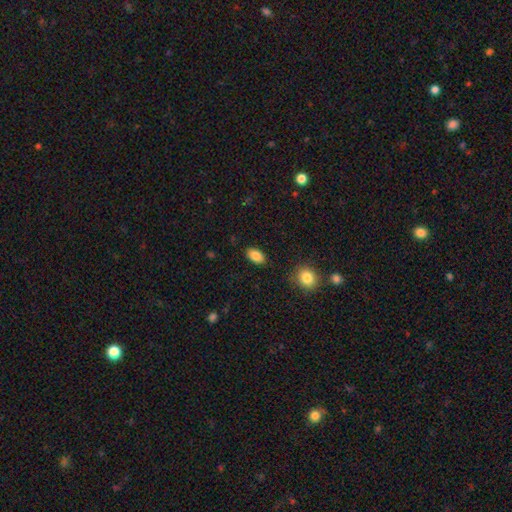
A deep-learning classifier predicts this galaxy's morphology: smooth_or_featured: smooth (p=0.86) [alt: star or artifact p=0.08]
how_rounded: in between (p=0.92) [alt: round p=0.06]
merging: none (p=0.87) [alt: minor disturbance p=0.09]